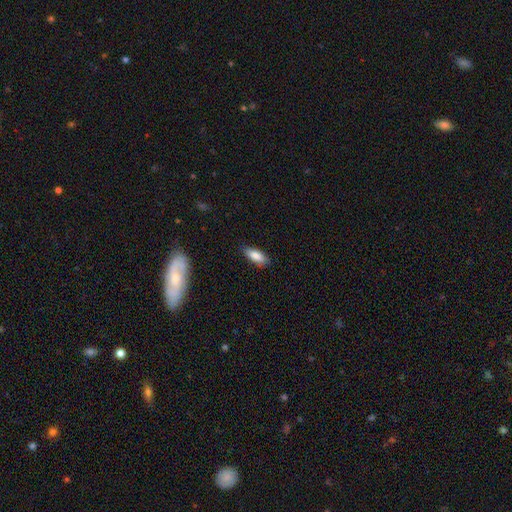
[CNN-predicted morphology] A smooth galaxy with no disk features (85%) that is in between round and cigar-shaped (77%).

Vote fractions:
- Smooth or featured? smooth: 85% / featured or disk: 8% / star or artifact: 7%
- How rounded? in between: 77% / cigar-shaped: 21% / round: 2%
- Merging? none: 82% / minor disturbance: 15% / major disturbance: 2% / merger: 1%